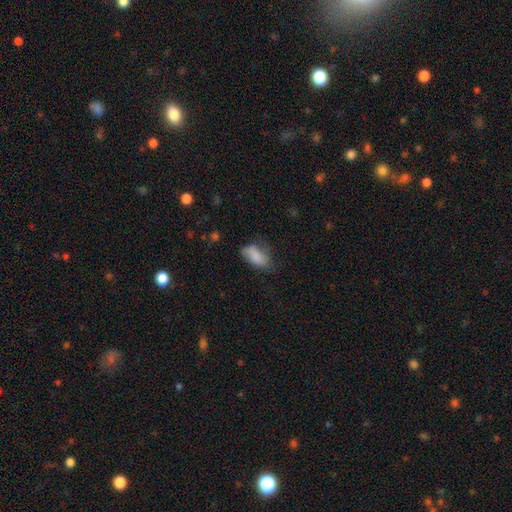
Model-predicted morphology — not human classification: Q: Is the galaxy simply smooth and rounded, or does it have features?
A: smooth — 79%.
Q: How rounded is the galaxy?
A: in between — 90%.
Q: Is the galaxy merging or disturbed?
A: none — 49%.